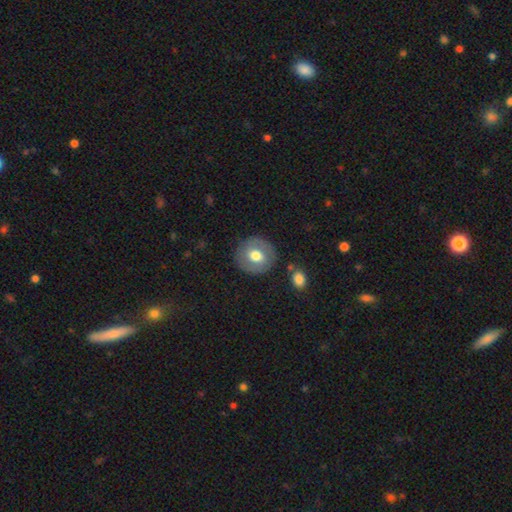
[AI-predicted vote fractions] Smooth or featured? Predicted: smooth (p=0.61). How rounded? Predicted: round (p=0.86). Merging? Predicted: none (p=0.84).